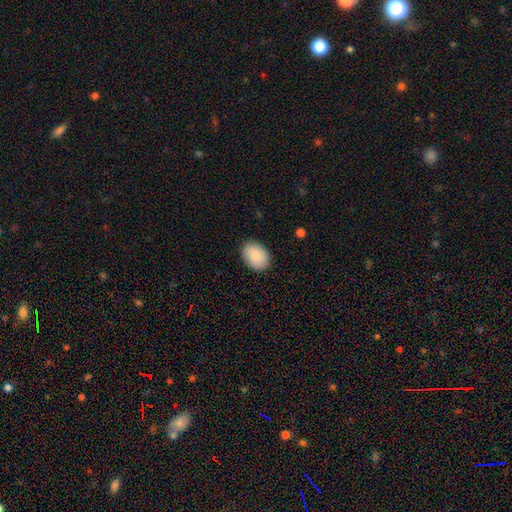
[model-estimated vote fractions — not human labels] smooth 87%, featured or disk 7%, star or artifact 6%. Down the decision tree: how rounded — in between (76%); merging — none (87%).